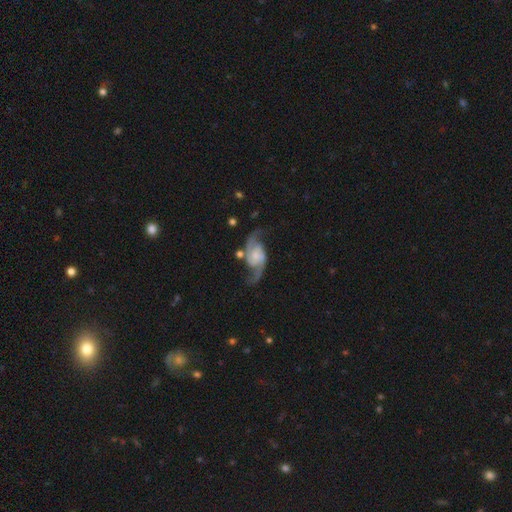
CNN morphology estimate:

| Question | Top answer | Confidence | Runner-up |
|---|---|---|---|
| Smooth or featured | featured or disk | 90% | smooth (6%) |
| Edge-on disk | no | 97% | yes (3%) |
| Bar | no | 51% | weak (37%) |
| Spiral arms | yes | 98% | no (2%) |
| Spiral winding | loose | 58% | medium (35%) |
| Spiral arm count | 2 | 94% | can't tell (2%) |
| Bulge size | small | 41% | moderate (24%) |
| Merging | none | 68% | minor disturbance (17%) |